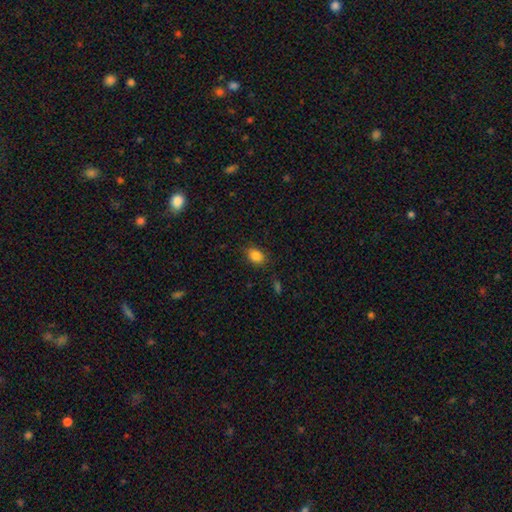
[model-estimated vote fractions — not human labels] Morphology: type=smooth (85%); roundness=in between (66%); merging=none (84%).